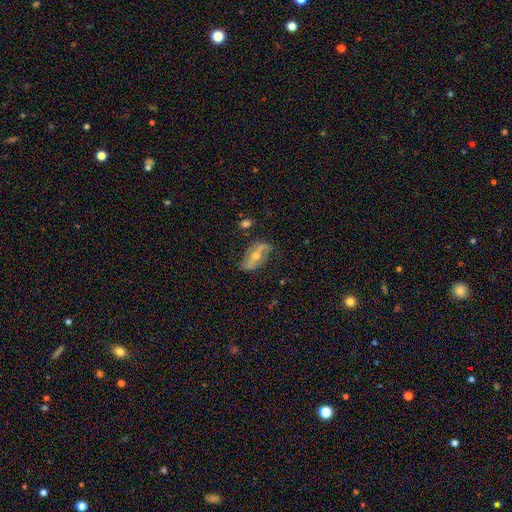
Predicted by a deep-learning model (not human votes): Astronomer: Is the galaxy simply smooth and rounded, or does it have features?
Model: featured or disk — 67%.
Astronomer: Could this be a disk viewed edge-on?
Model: no — 89%.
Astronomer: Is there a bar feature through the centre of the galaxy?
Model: no — 36% (runner-up: weak, 35%).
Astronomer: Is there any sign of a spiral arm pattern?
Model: yes — 77%.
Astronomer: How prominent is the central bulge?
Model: moderate — 62%.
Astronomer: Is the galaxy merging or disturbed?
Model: none — 67%.